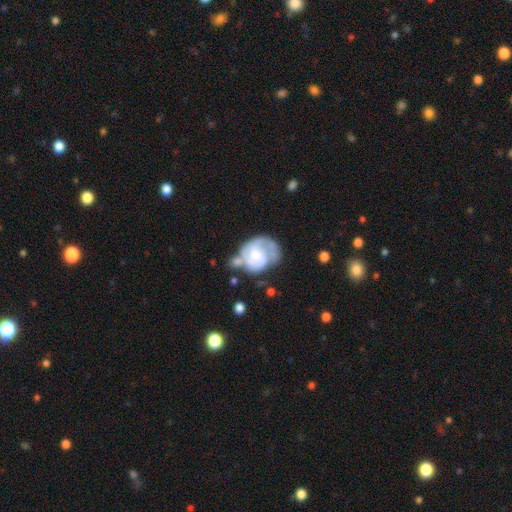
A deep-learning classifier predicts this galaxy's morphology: Q: Smooth or featured?
A: featured or disk (67%); runner-up: smooth (27%)
Q: Edge-on disk?
A: no (98%); runner-up: yes (2%)
Q: Bar?
A: no (66%); runner-up: weak (29%)
Q: Spiral arms?
A: yes (81%); runner-up: no (19%)
Q: Spiral winding?
A: tight (43%); runner-up: medium (40%)
Q: Spiral arm count?
A: 2 (46%); runner-up: can't tell (25%)
Q: Bulge size?
A: small (46%); runner-up: moderate (37%)
Q: Merging?
A: none (36%); runner-up: minor disturbance (25%)